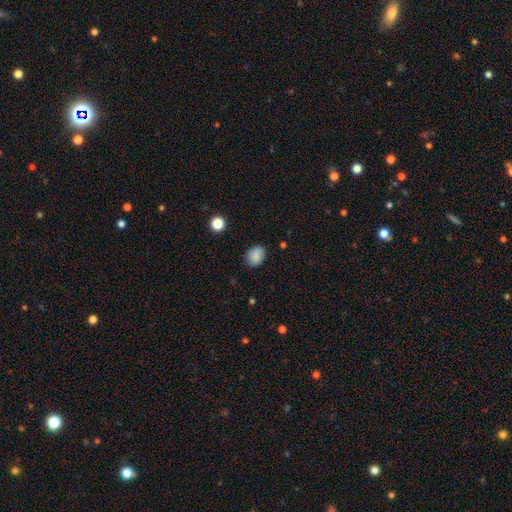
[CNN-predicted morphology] type=smooth (84%); roundness=round (53%); merging=none (82%).